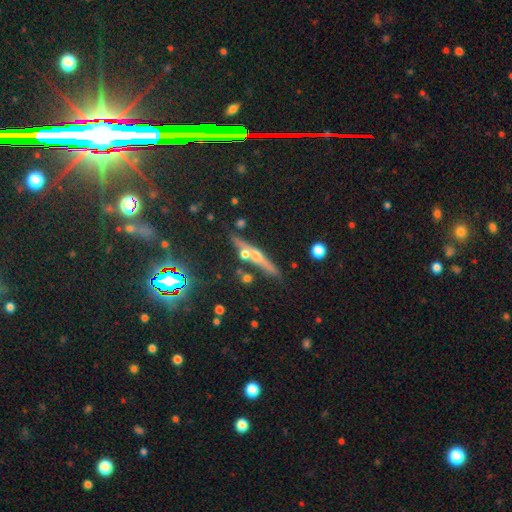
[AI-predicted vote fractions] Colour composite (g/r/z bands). It shows a featured or disk galaxy (58%) viewed edge-on (92%) with a rounded central bulge (87%). Merging: none (71%).